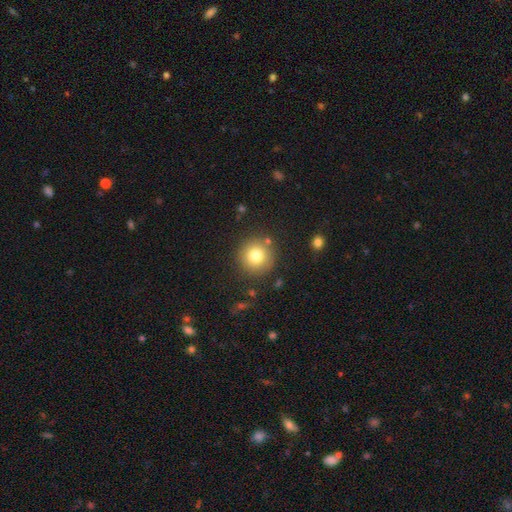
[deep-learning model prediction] Smooth or featured: smooth — 80% (star or artifact — 11%)
How rounded: round — 95% (in between — 4%)
Merging: none — 85% (minor disturbance — 8%)